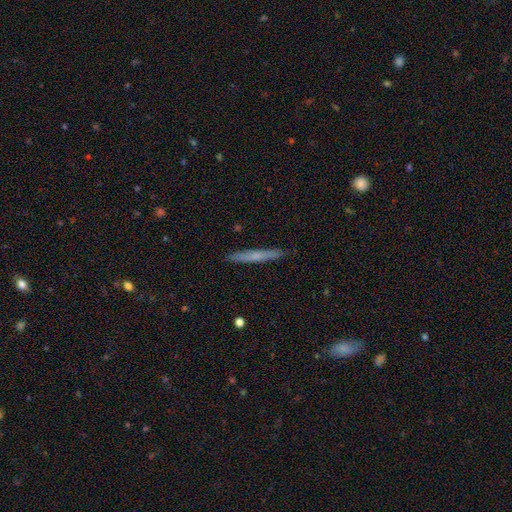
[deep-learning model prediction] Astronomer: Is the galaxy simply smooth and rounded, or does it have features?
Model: smooth — 54% (runner-up: featured or disk, 40%).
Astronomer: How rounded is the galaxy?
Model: cigar-shaped — 96%.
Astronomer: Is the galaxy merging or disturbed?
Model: none — 90%.